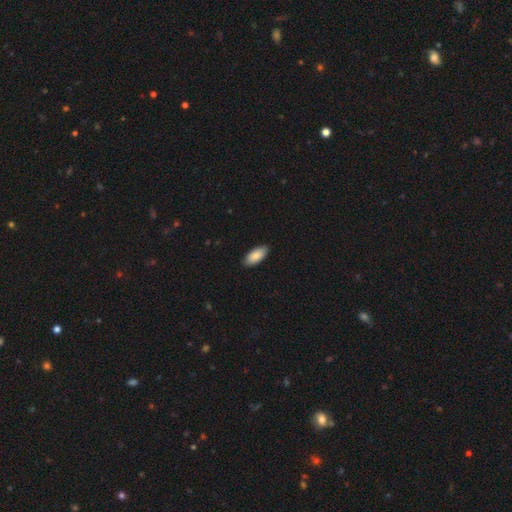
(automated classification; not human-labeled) smooth-or-featured: smooth: 88% | featured or disk: 6% | star or artifact: 6%
  how-rounded: in between: 89% | cigar-shaped: 9% | round: 2%
  merging: none: 89% | minor disturbance: 8% | major disturbance: 2% | merger: 1%